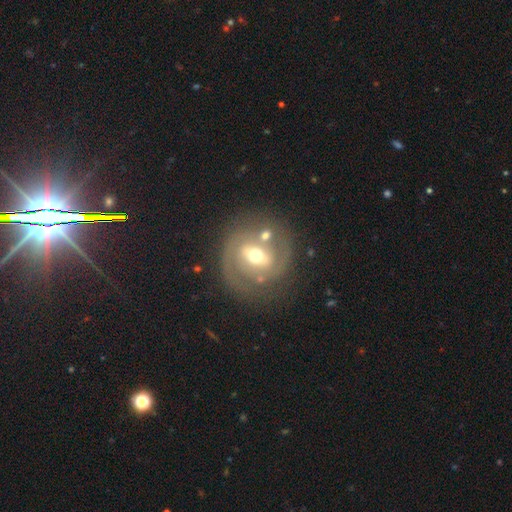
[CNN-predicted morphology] smooth_or_featured: featured or disk (p=0.75) [alt: smooth p=0.17]
disk_edge_on: no (p=0.96) [alt: yes p=0.04]
bar: weak (p=0.43) [alt: strong p=0.33]
has_spiral_arms: yes (p=0.75) [alt: no p=0.25]
spiral_winding: tight (p=0.44) [alt: medium p=0.41]
spiral_arm_count: 2 (p=0.80) [alt: can't tell p=0.10]
bulge_size: moderate (p=0.70) [alt: small p=0.20]
merging: none (p=0.72) [alt: minor disturbance p=0.13]